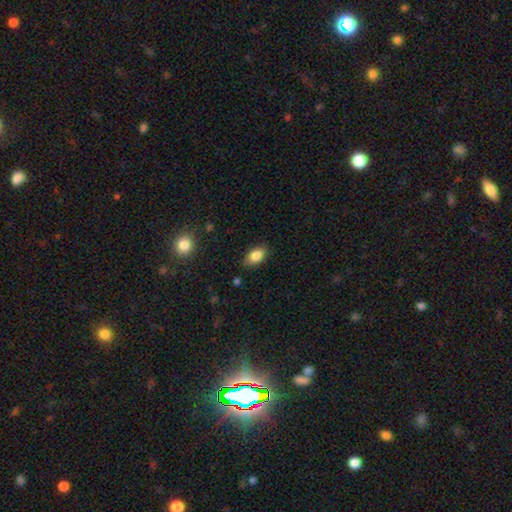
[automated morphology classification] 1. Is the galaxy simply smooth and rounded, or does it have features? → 84% smooth, 8% featured or disk, 8% star or artifact.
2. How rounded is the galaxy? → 89% in between, 9% round, 3% cigar-shaped.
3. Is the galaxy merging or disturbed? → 84% none, 12% minor disturbance, 3% major disturbance, 1% merger.